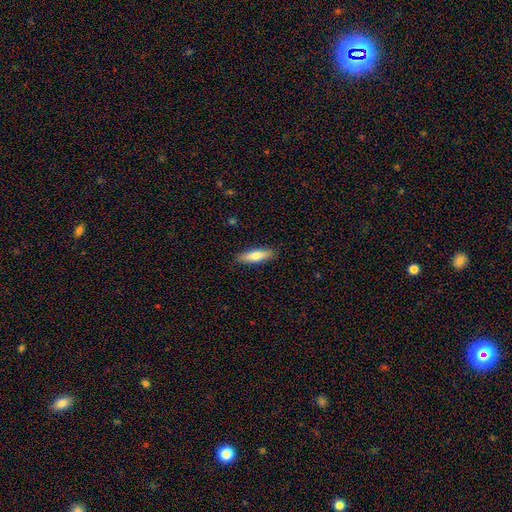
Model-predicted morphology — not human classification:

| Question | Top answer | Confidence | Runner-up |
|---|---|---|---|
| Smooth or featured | smooth | 71% | featured or disk (23%) |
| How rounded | cigar-shaped | 62% | in between (36%) |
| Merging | none | 88% | minor disturbance (9%) |